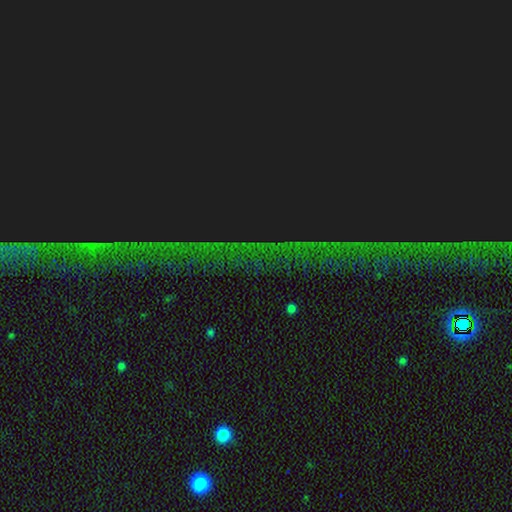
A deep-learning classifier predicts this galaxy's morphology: Smooth or featured: star or artifact — 87% (featured or disk — 7%)